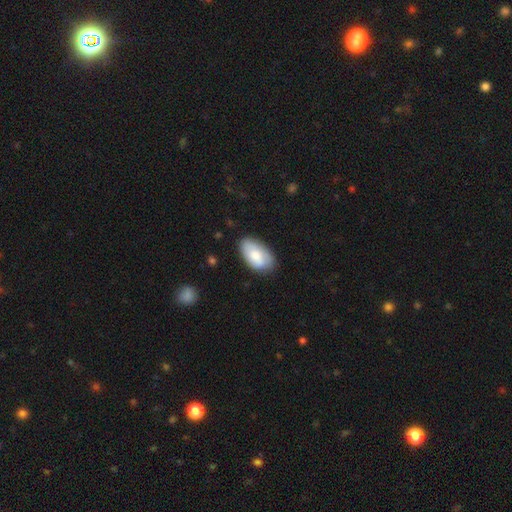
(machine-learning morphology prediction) Smooth or featured?
  - smooth: 76% *
  - featured or disk: 18%
  - star or artifact: 6%
How rounded?
  - in between: 95% *
  - round: 3%
  - cigar-shaped: 2%
Merging?
  - none: 74% *
  - minor disturbance: 20%
  - major disturbance: 4%
  - merger: 2%